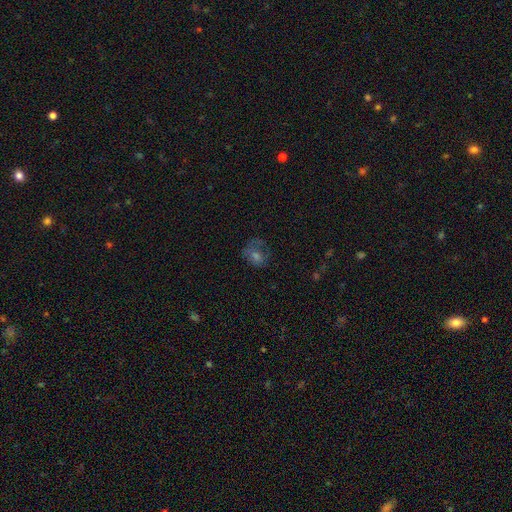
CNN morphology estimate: Smooth or featured? Predicted: smooth (p=0.44). Merging? Predicted: none (p=0.53).